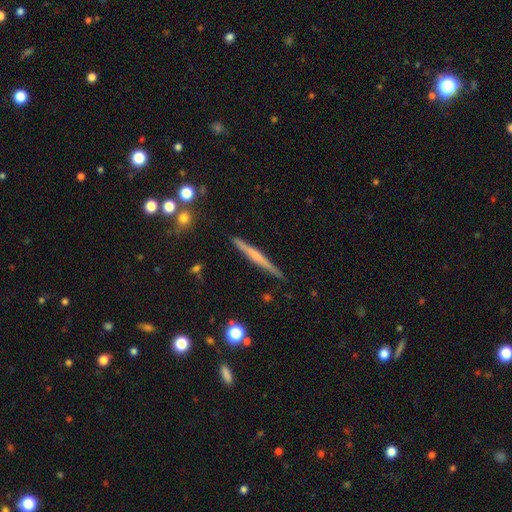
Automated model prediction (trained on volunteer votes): The model was most divided on "edge-on bulge": none: 50%, rounded: 40%, boxy: 10%. More confident: edge-on disk — yes (98%); merging — none (90%); smooth or featured — featured or disk (59%).